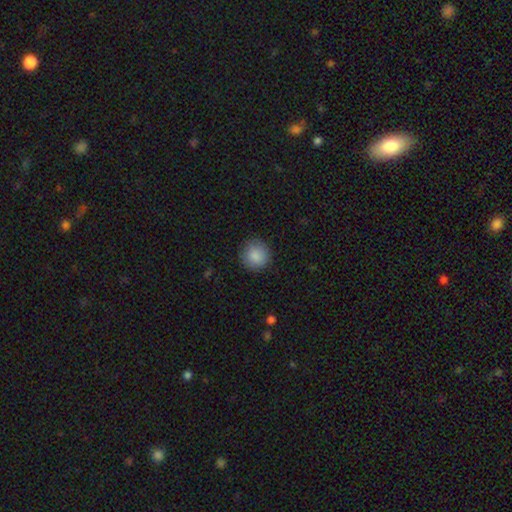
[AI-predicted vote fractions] Overall: smooth (88%). How rounded: round (93%). Merging: none (88%).